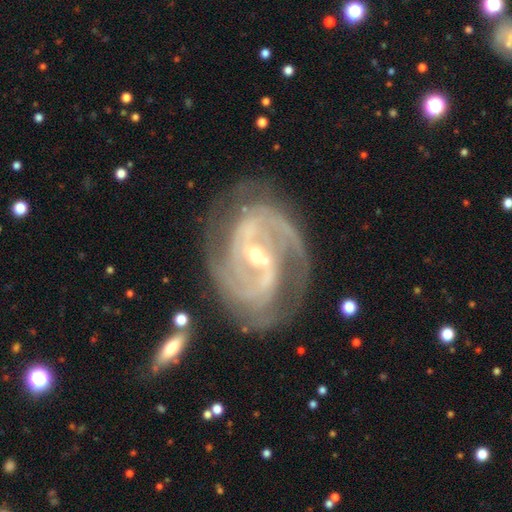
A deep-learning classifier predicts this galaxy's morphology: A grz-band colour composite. It shows a featured or disk galaxy (92%) with a strong bar (42%), 2 (60%) tight (47%) spiral arms (98%) and a small central bulge (64%). Merging: none (72%).